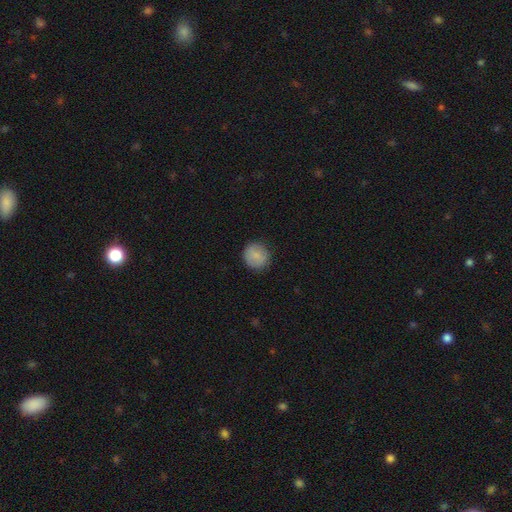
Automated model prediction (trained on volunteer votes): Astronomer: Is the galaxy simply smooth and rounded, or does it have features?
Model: smooth — 85%.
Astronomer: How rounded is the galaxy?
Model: round — 89%.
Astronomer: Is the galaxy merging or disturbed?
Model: none — 87%.